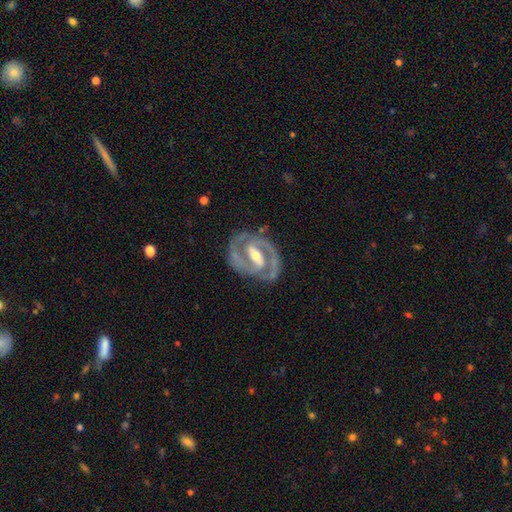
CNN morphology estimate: This is clearly a featured or disk galaxy (92%). It is clearly not viewed edge-on (97%). Bar: likely strong (61%). Spiral arm pattern: clearly yes (97%). Spiral arm count: clearly 2 (92%). Spiral winding: possibly tight (49%). Central bulge: possibly moderate (57%). Merging: clearly none (81%).